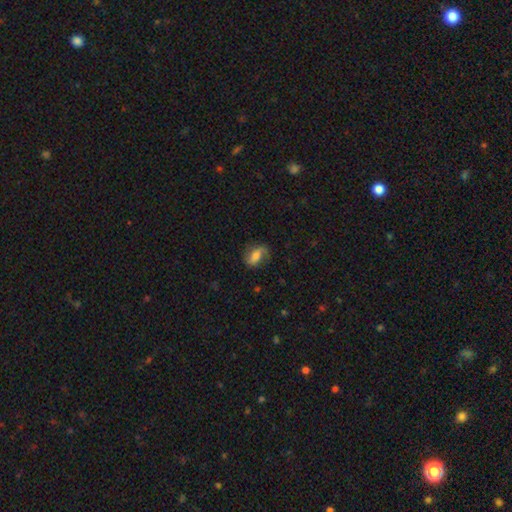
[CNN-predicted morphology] smooth_or_featured: featured or disk (p=0.51) [alt: smooth p=0.41]
disk_edge_on: no (p=0.94) [alt: yes p=0.06]
merging: none (p=0.72) [alt: minor disturbance p=0.19]